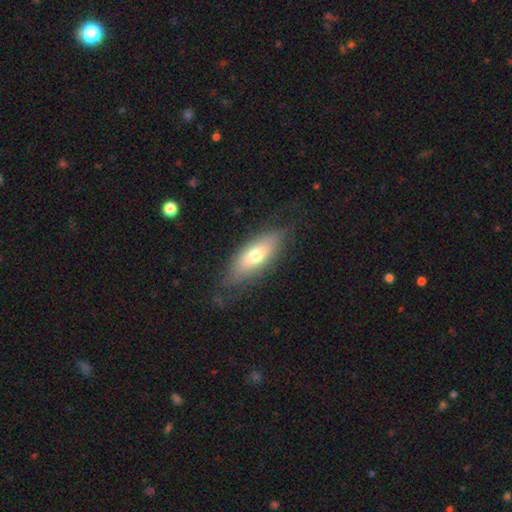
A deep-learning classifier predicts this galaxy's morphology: Overall: smooth (63%; featured or disk 29%). How rounded: in between (73%). Merging: none (74%).